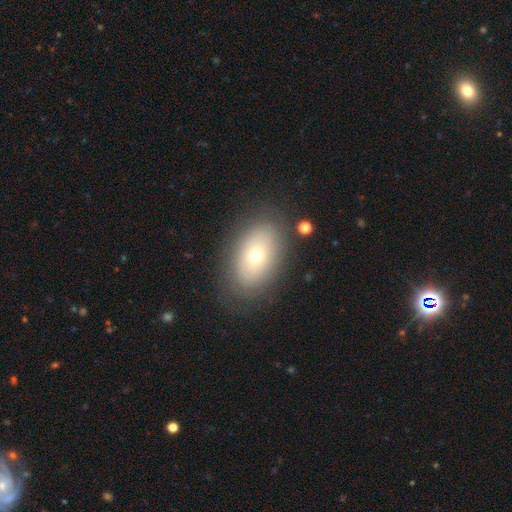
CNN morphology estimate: Q: Smooth or featured?
A: smooth (63%); runner-up: featured or disk (26%)
Q: How rounded?
A: in between (86%); runner-up: round (12%)
Q: Merging?
A: none (83%); runner-up: minor disturbance (11%)